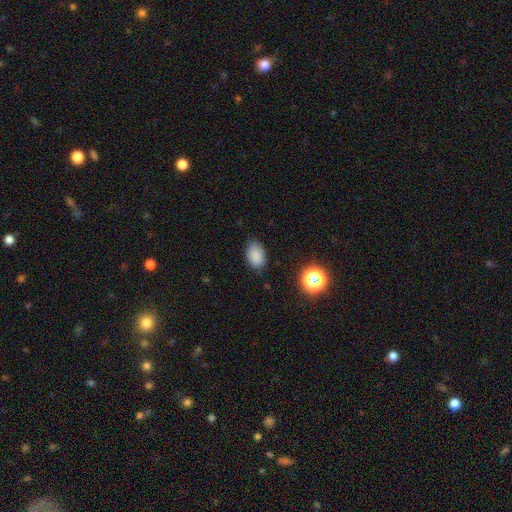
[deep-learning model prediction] Q: Smooth or featured?
A: smooth (84%); runner-up: star or artifact (11%)
Q: How rounded?
A: in between (87%); runner-up: round (12%)
Q: Merging?
A: none (80%); runner-up: minor disturbance (16%)